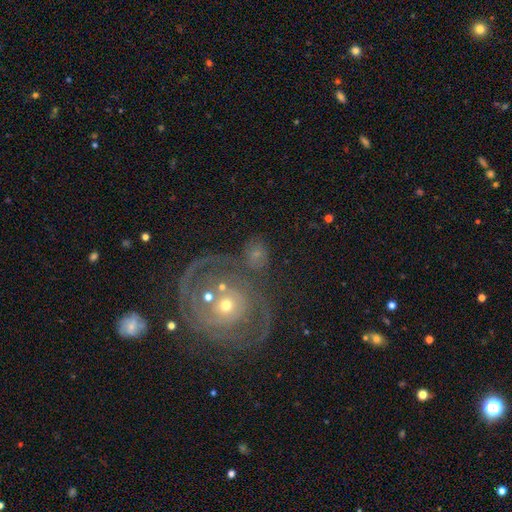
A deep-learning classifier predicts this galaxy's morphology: smooth-or-featured: featured or disk: 57% | smooth: 31% | star or artifact: 12%
  disk-edge-on: no: 96% | yes: 4%
    bar: no: 75% | weak: 17% | strong: 8%
    has-spiral-arms: yes: 79% | no: 21%
    bulge-size: small: 53% | moderate: 40% | large: 3% | none: 2% | dominant: 2%
  merging: none: 53% | merger: 22% | minor disturbance: 15% | major disturbance: 11%